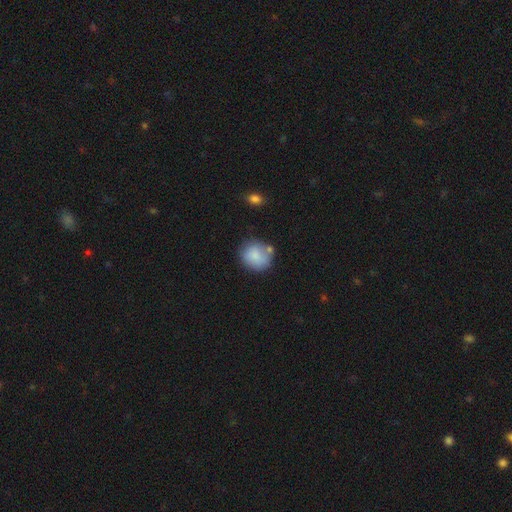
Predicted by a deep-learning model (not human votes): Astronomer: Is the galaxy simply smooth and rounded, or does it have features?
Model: smooth — 83%.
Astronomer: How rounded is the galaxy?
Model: round — 75%.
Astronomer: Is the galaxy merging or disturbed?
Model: none — 59%.